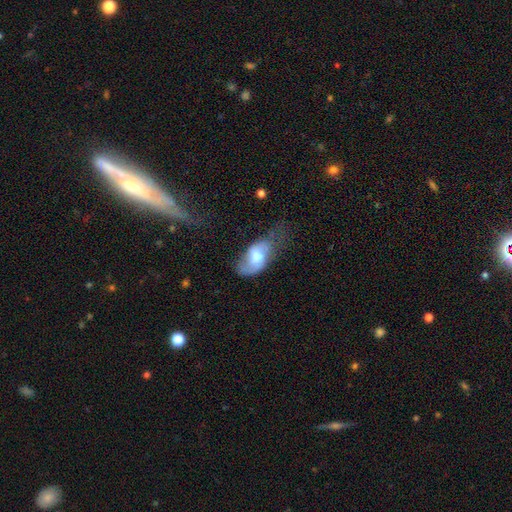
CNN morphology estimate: Smooth or featured?
  - smooth: 53% *
  - featured or disk: 41%
  - star or artifact: 6%
How rounded?
  - in between: 91% *
  - round: 6%
  - cigar-shaped: 3%
Merging?
  - none: 36% *
  - minor disturbance: 35%
  - major disturbance: 26%
  - merger: 3%